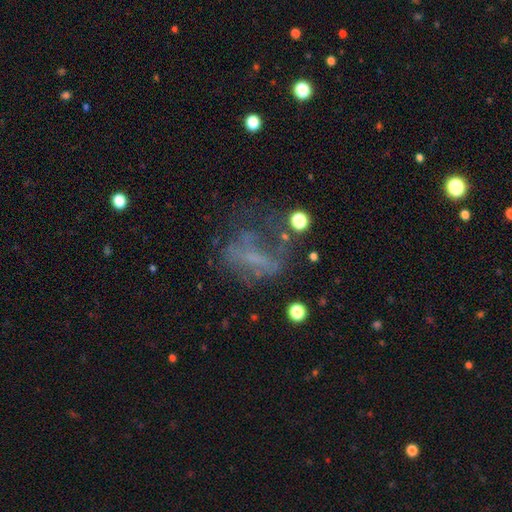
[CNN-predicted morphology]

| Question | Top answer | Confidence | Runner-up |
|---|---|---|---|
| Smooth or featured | featured or disk | 46% | smooth (29%) |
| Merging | major disturbance | 40% | none (35%) |